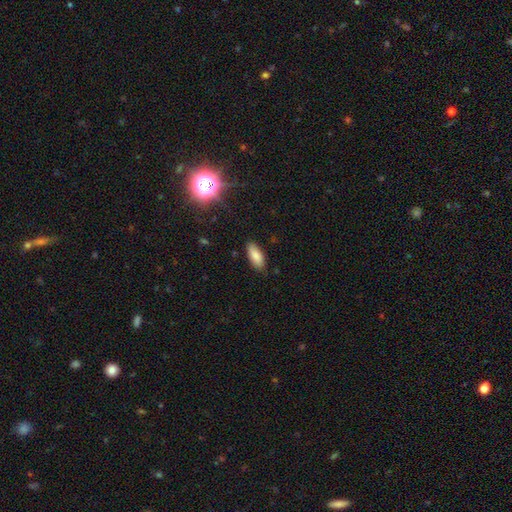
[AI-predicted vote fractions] Smooth or featured?
  - smooth: 86% *
  - star or artifact: 8%
  - featured or disk: 6%
How rounded?
  - in between: 85% *
  - cigar-shaped: 13%
  - round: 2%
Merging?
  - none: 83% *
  - minor disturbance: 13%
  - major disturbance: 2%
  - merger: 1%